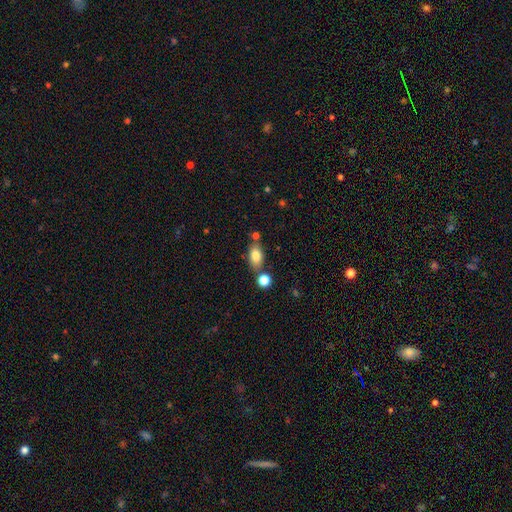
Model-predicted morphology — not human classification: The model was most divided on "merging": none: 67%, merger: 15%, minor disturbance: 14%, major disturbance: 4%. More confident: how rounded — in between (86%); smooth or featured — smooth (81%).